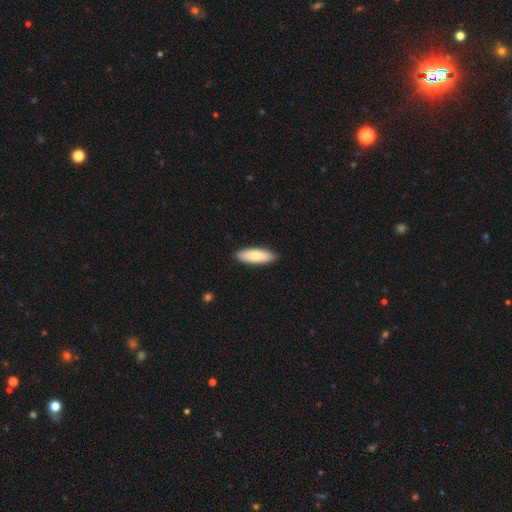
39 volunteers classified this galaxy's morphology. Smooth or featured? smooth (72%)
How rounded? in between (71%)
Merging? none (89%)